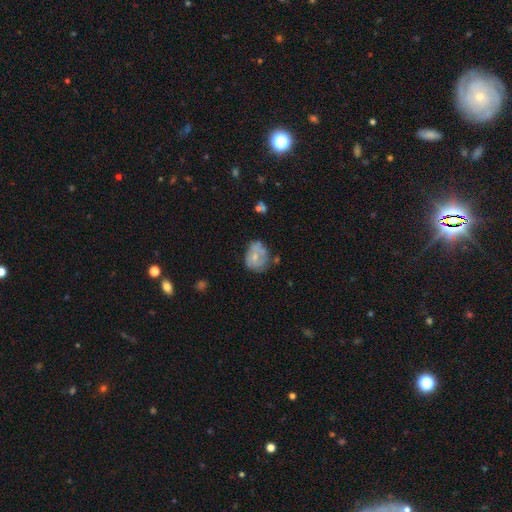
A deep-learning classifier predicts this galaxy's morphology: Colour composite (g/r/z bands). It shows a featured or disk galaxy (48%). Merging: none (45%).